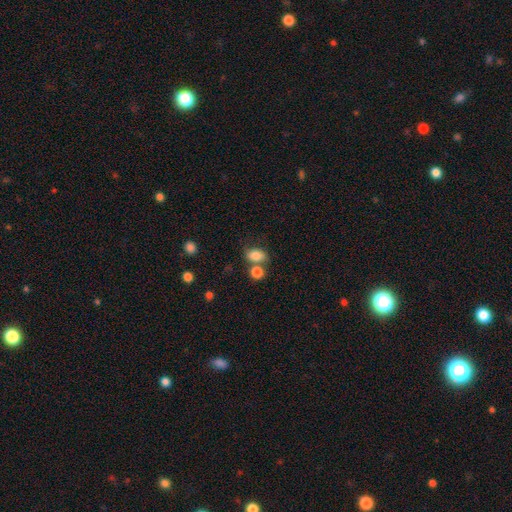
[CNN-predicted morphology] Smooth or featured? smooth (82%)
How rounded? in between (76%)
Merging? none (55%)